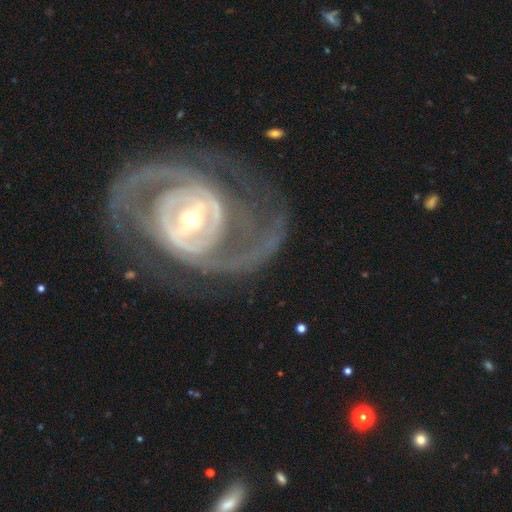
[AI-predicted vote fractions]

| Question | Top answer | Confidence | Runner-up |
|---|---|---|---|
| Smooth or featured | featured or disk | 90% | star or artifact (5%) |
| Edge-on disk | no | 96% | yes (4%) |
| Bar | strong | 49% | weak (34%) |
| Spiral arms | yes | 92% | no (8%) |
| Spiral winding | medium | 42% | tied: tight (42%) |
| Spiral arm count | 2 | 63% | can't tell (14%) |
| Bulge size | moderate | 50% | small (42%) |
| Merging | none | 64% | major disturbance (21%) |